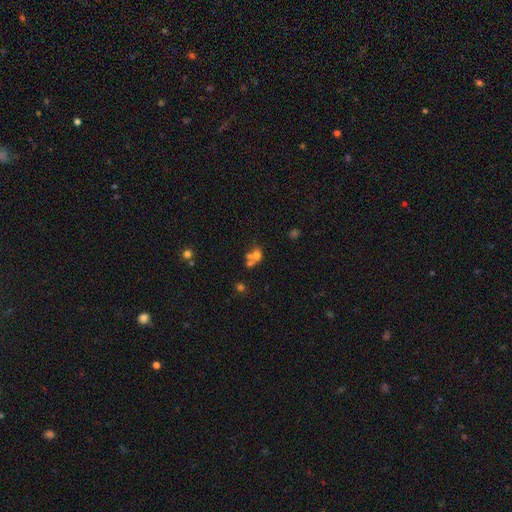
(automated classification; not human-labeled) Smooth or featured: smooth — 58% (featured or disk — 24%)
How rounded: round — 61% (in between — 38%)
Merging: merger — 55% (none — 30%)